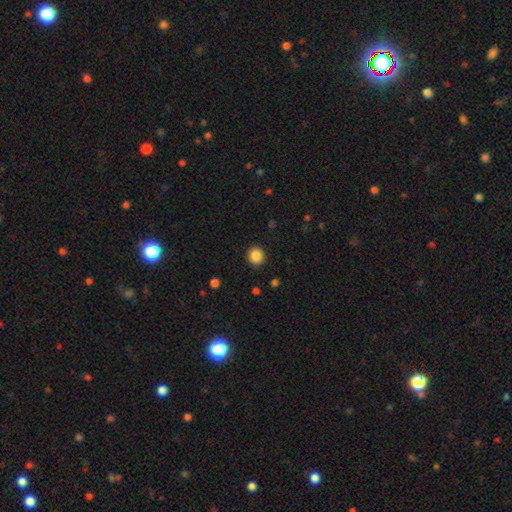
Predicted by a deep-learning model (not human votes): Smooth or featured? smooth (87%)
How rounded? round (88%)
Merging? none (91%)